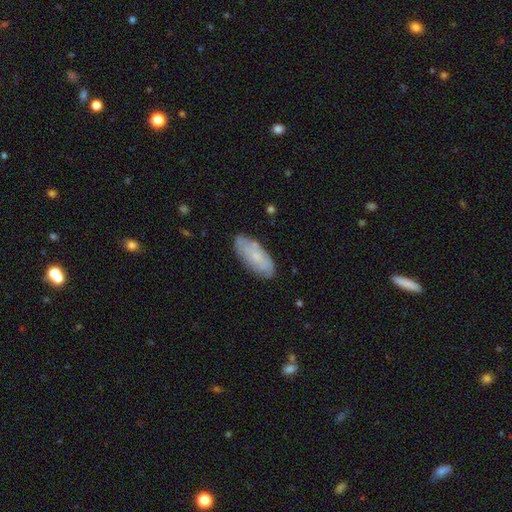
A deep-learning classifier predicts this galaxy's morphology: type=smooth (62%); roundness=in between (83%); merging=none (80%).